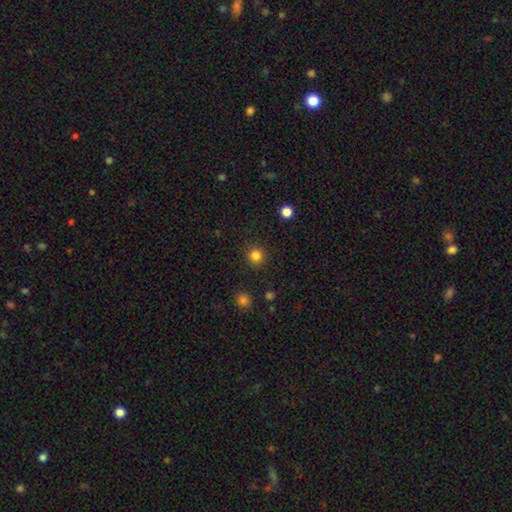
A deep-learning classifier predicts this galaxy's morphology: This is clearly a smooth galaxy (84%). How rounded: clearly round (94%). Merging: clearly none (91%).